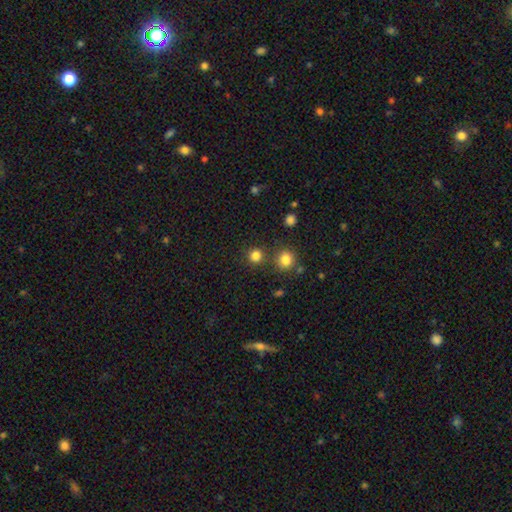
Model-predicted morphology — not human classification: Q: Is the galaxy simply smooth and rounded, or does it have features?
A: smooth — 81%.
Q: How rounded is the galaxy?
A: round — 92%.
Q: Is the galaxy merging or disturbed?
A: none — 80%.